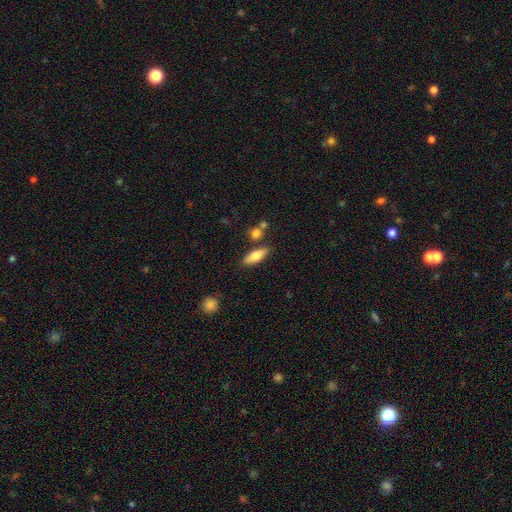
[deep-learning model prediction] A smooth galaxy with no disk features (71%) that is in between round and cigar-shaped (61%). Merging: none (80%).